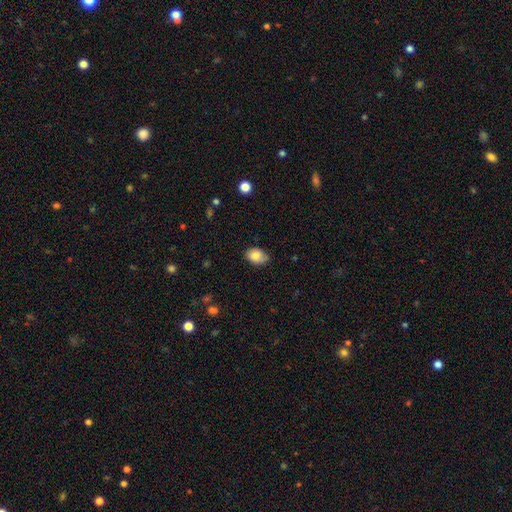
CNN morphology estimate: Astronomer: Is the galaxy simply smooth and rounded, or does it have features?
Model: smooth — 78%.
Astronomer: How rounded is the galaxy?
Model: in between — 79%.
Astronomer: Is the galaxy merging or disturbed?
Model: none — 68%.